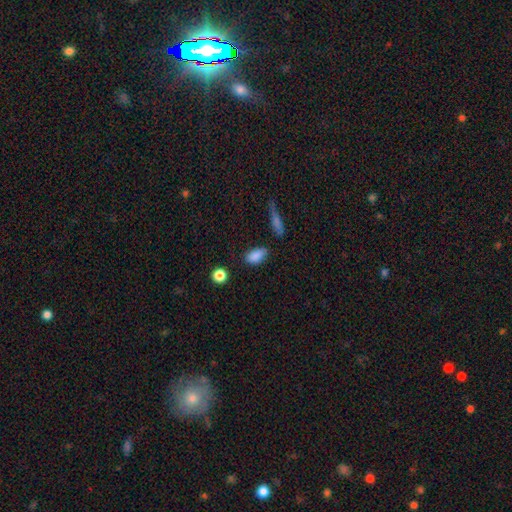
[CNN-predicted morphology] The model was most divided on "merging": none: 74%, minor disturbance: 17%, major disturbance: 4%, merger: 4%. More confident: how rounded — in between (89%); smooth or featured — smooth (86%).